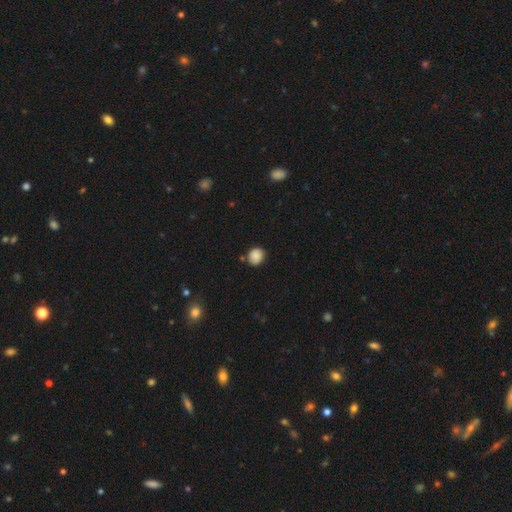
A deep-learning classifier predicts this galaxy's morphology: smooth 85%, star or artifact 9%, featured or disk 6%. Down the decision tree: how rounded — round (76%); merging — none (78%).